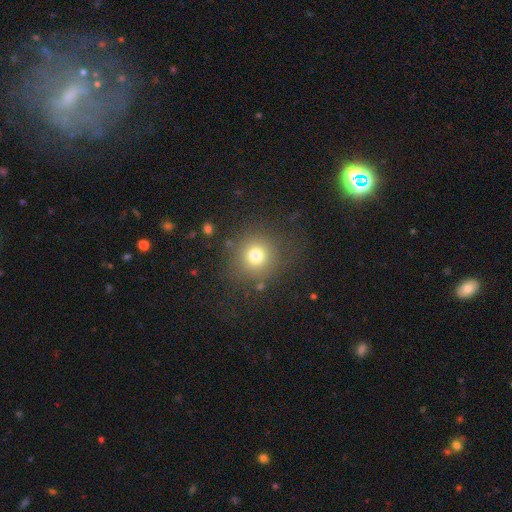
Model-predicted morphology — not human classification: type=smooth (75%); roundness=round (91%); merging=none (81%).